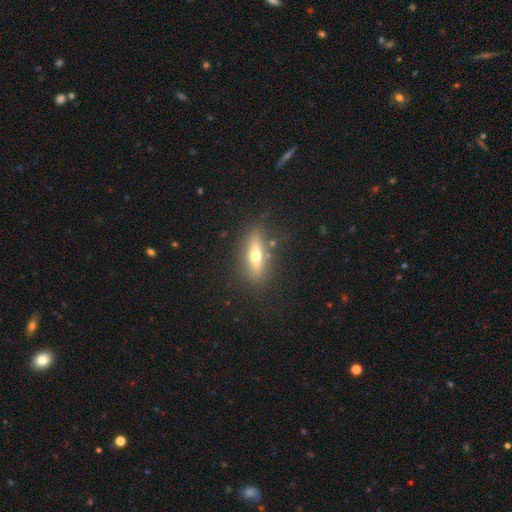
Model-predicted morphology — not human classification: Smooth or featured: featured or disk — 49% (smooth — 43%)
Merging: none — 84% (minor disturbance — 10%)